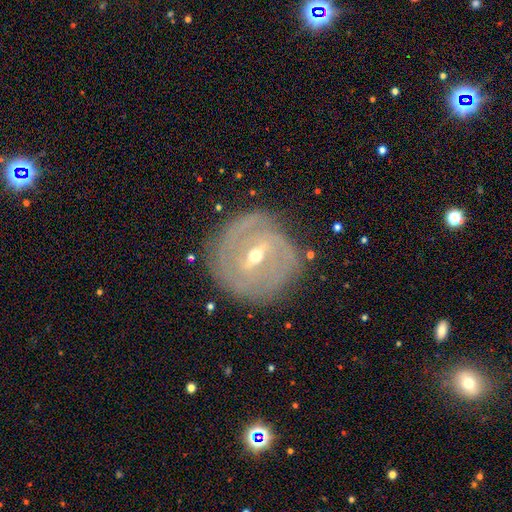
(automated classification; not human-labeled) Overall: featured or disk (84%). Edge-on disk: no (91%). Bar: strong (48%; weak 41%). Spiral arms: yes (85%). Spiral arm count: can't tell (43%; 2 23%). Spiral winding: tight (74%). Bulge size: moderate (49%; small 48%). Merging: none (79%).